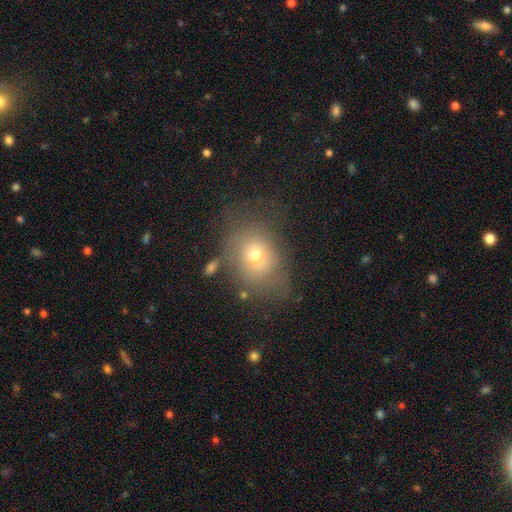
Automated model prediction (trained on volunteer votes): A smooth galaxy with no disk features (64%) that is round (50%). Merging: none (51%).